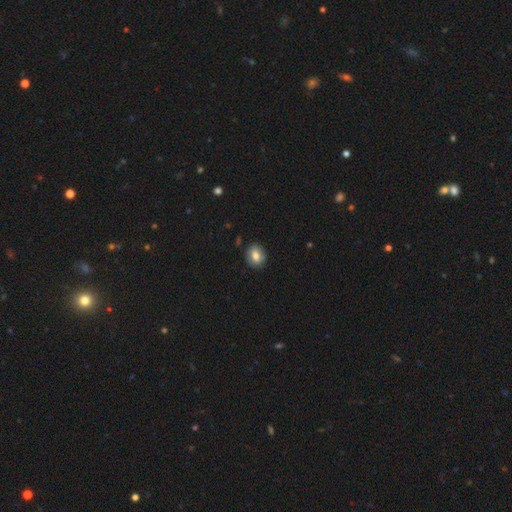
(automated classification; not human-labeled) Morphology: type=smooth (76%); roundness=round (62%); merging=none (86%).